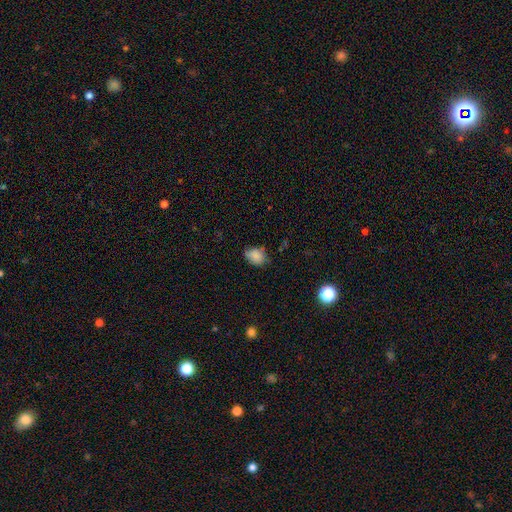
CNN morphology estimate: A smooth galaxy with no disk features (85%) that is in between round and cigar-shaped (62%). Merging: none (66%).